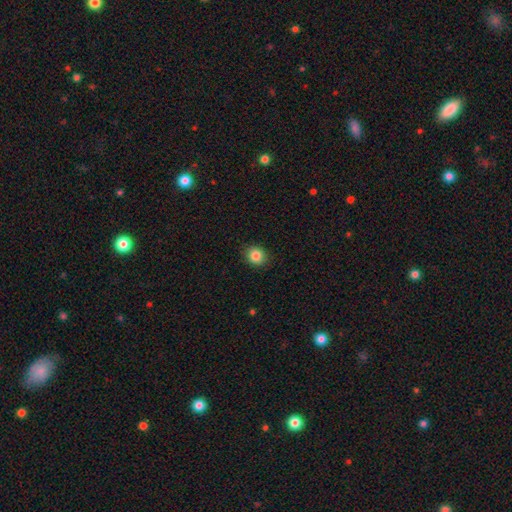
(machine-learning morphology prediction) smooth 85%, star or artifact 10%, featured or disk 5%. Down the decision tree: how rounded — round (78%); merging — none (90%).